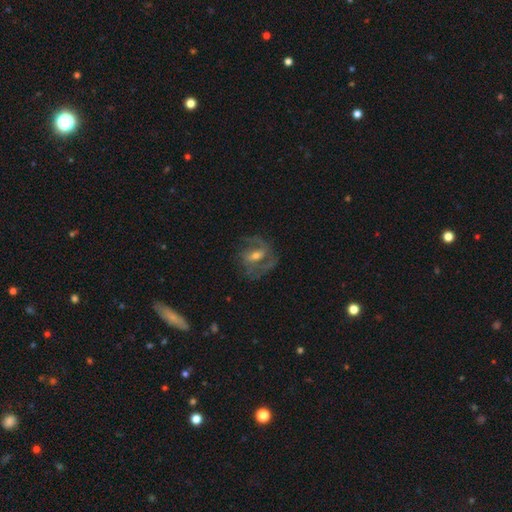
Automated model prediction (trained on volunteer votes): Q: Smooth or featured?
A: featured or disk (76%); runner-up: smooth (16%)
Q: Edge-on disk?
A: no (96%); runner-up: yes (4%)
Q: Bar?
A: weak (46%); runner-up: no (29%)
Q: Spiral arms?
A: yes (85%); runner-up: no (15%)
Q: Spiral winding?
A: medium (49%); runner-up: tight (30%)
Q: Spiral arm count?
A: 2 (64%); runner-up: can't tell (17%)
Q: Bulge size?
A: moderate (53%); runner-up: small (40%)
Q: Merging?
A: none (65%); runner-up: minor disturbance (18%)